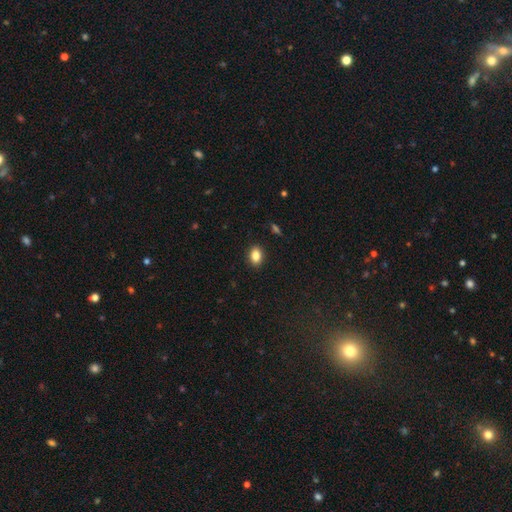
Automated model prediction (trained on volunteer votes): A smooth galaxy with no disk features (85%) that is in between round and cigar-shaped (72%). Merging: none (90%).